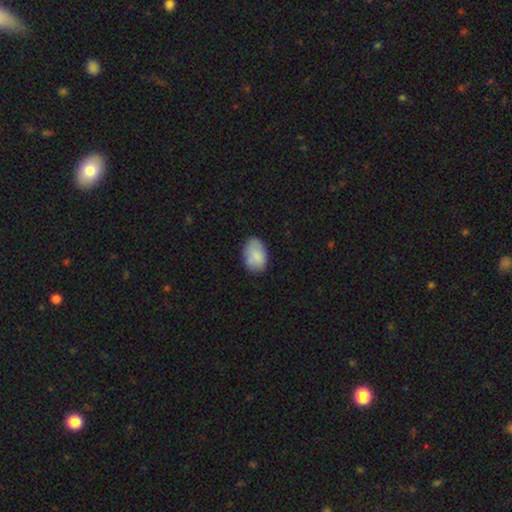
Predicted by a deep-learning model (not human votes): This is clearly a smooth galaxy (84%). How rounded: clearly in between (84%). Merging: likely none (72%).